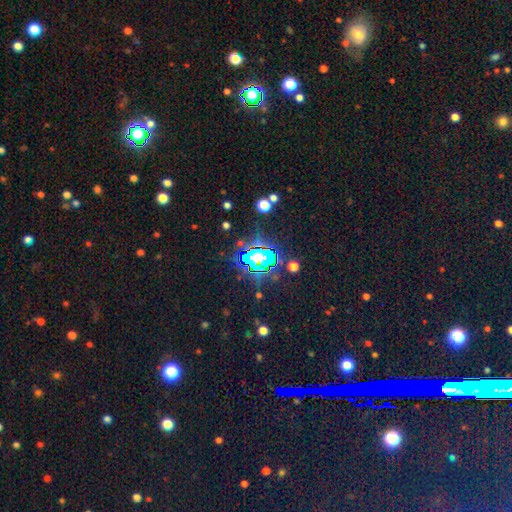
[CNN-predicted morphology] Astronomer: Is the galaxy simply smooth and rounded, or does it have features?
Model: star or artifact — 76%.